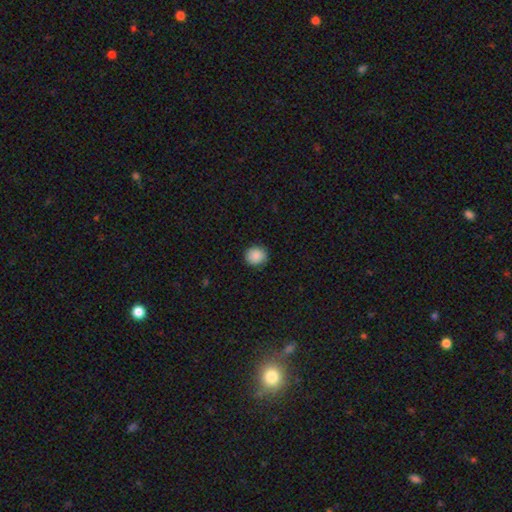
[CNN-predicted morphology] The model was most divided on "how rounded": round: 86%, in between: 13%, cigar-shaped: 1%. More confident: smooth or featured — smooth (88%); merging — none (87%).